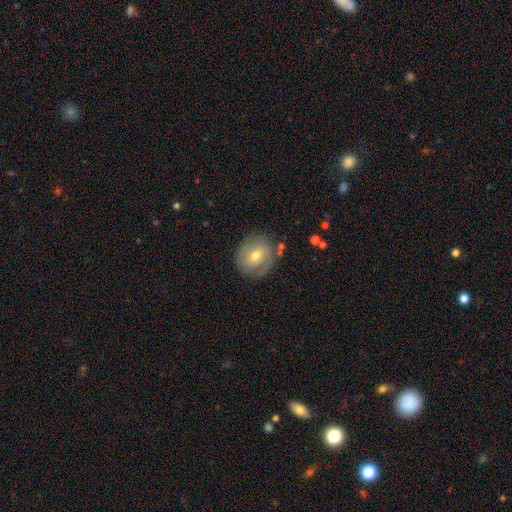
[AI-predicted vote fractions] Overall: smooth (53%; featured or disk 38%). How rounded: round (78%). Merging: none (77%).